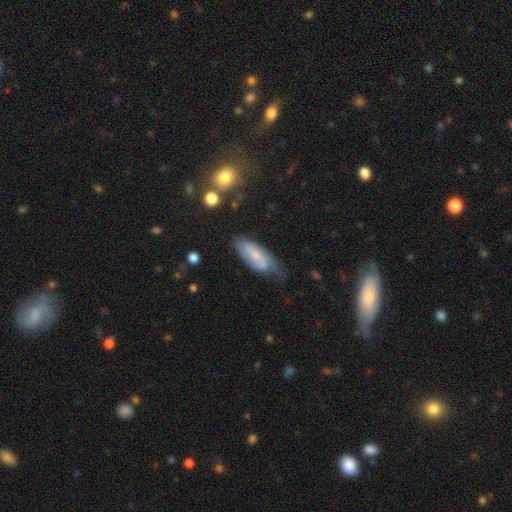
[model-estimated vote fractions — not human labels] featured or disk 54%, smooth 39%, star or artifact 7%. Down the decision tree: edge-on disk — no (86%); merging — none (47%).